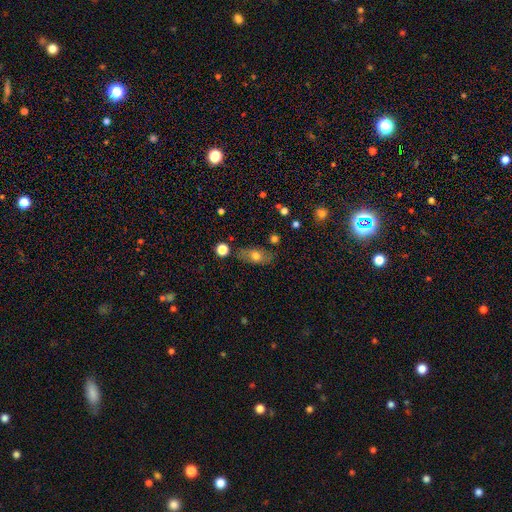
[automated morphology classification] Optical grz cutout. It shows a smooth galaxy with no disk features (66%) that is in between round and cigar-shaped (81%). Merging: none (80%).